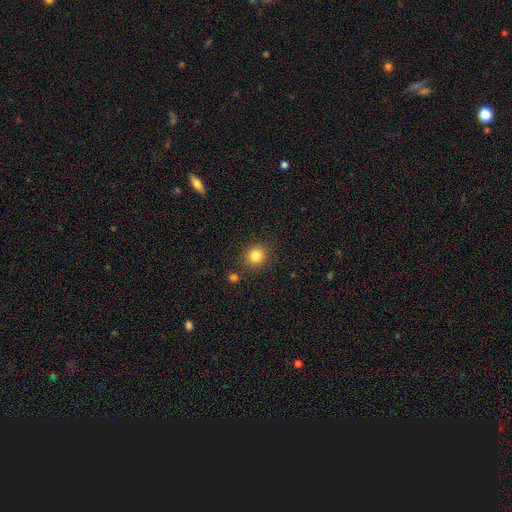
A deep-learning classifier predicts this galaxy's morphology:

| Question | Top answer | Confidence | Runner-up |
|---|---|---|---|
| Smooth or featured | smooth | 83% | star or artifact (11%) |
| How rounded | round | 88% | in between (11%) |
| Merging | none | 86% | minor disturbance (8%) |